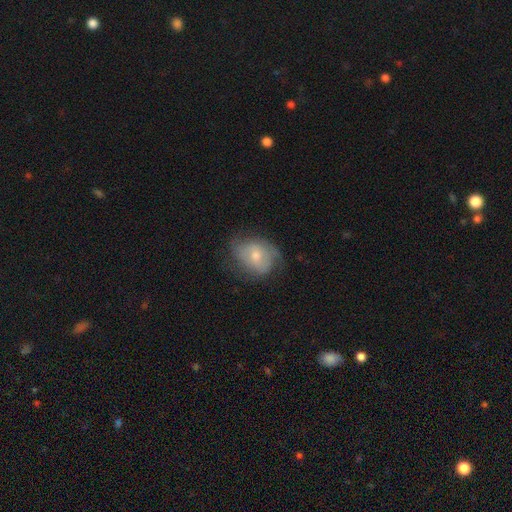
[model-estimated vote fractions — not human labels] Smooth or featured? Predicted: smooth (p=0.51). How rounded? Predicted: in between (p=0.51). Merging? Predicted: none (p=0.56).